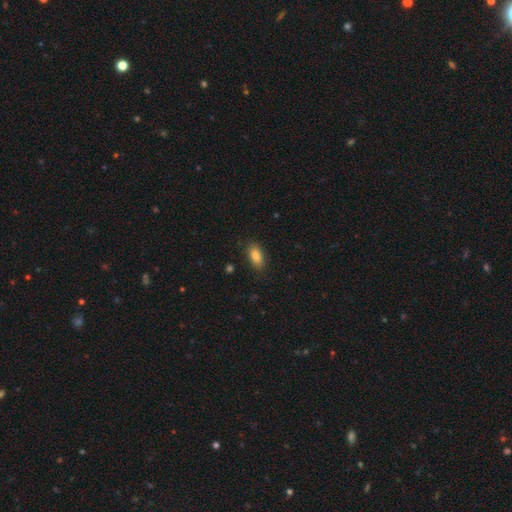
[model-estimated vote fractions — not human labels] Morphology: type=smooth (86%); roundness=in between (90%); merging=none (86%).